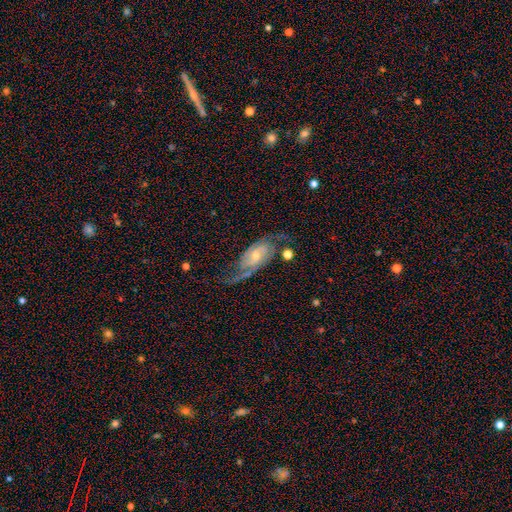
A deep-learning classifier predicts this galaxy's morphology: Smooth or featured: featured or disk — 84% (smooth — 10%)
Edge-on disk: no — 94% (yes — 6%)
Bar: no — 51% (weak — 38%)
Spiral arms: yes — 95% (no — 5%)
Spiral winding: medium — 44% (loose — 34%)
Spiral arm count: 2 — 85% (can't tell — 6%)
Bulge size: small — 53% (moderate — 41%)
Merging: none — 62% (minor disturbance — 19%)